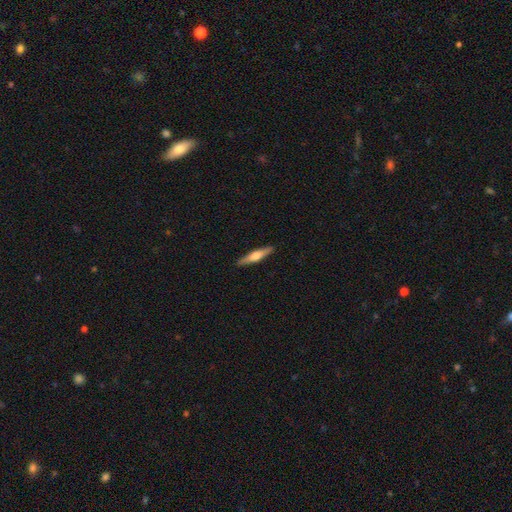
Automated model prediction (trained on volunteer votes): The model was most divided on "smooth or featured": featured or disk: 48%, smooth: 47%, star or artifact: 6%. More confident: merging — none (90%).